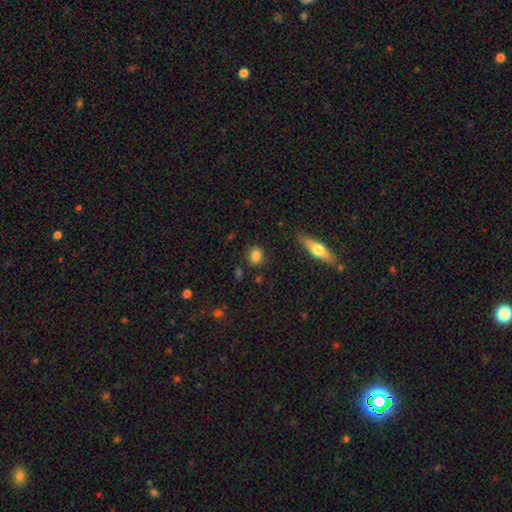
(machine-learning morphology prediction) Smooth or featured? Predicted: smooth (p=0.82). How rounded? Predicted: round (p=0.49). Merging? Predicted: none (p=0.82).